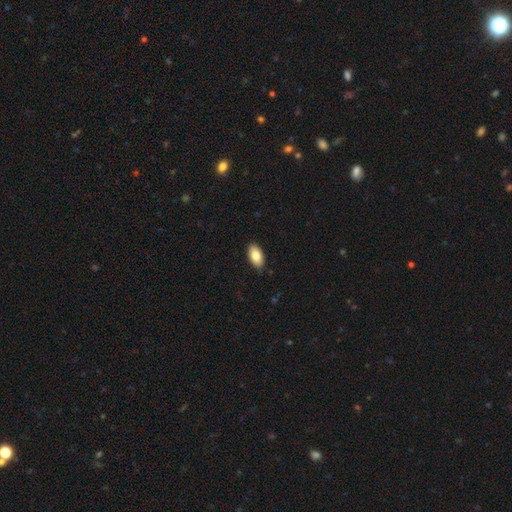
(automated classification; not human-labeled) This is clearly a smooth galaxy (82%). How rounded: clearly in between (94%). Merging: clearly none (86%).